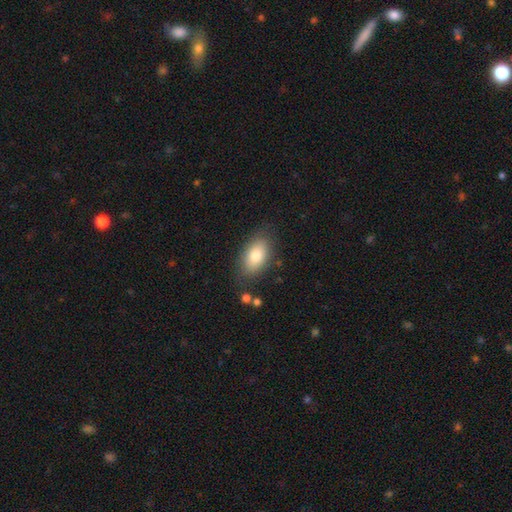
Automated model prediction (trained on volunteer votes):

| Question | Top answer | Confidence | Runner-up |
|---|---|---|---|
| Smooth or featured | smooth | 79% | featured or disk (14%) |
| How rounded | in between | 91% | round (7%) |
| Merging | none | 81% | minor disturbance (13%) |